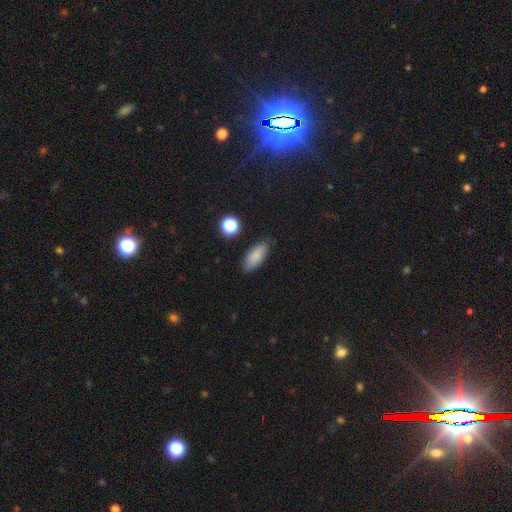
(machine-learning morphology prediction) Q: Smooth or featured?
A: smooth (84%); runner-up: featured or disk (9%)
Q: How rounded?
A: in between (85%); runner-up: cigar-shaped (13%)
Q: Merging?
A: none (80%); runner-up: minor disturbance (15%)